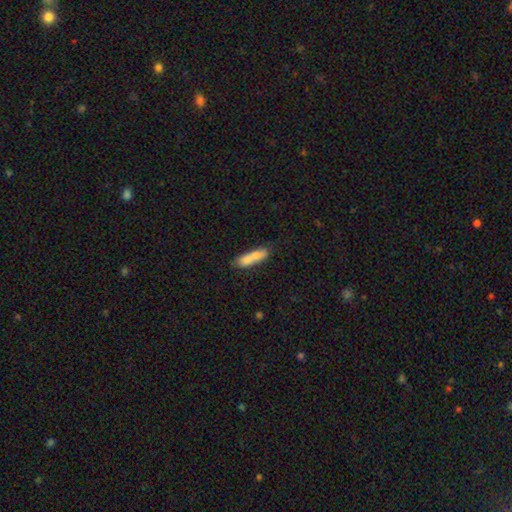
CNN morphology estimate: smooth 72%, featured or disk 20%, star or artifact 7%. Down the decision tree: how rounded — cigar-shaped (65%); merging — none (47%).